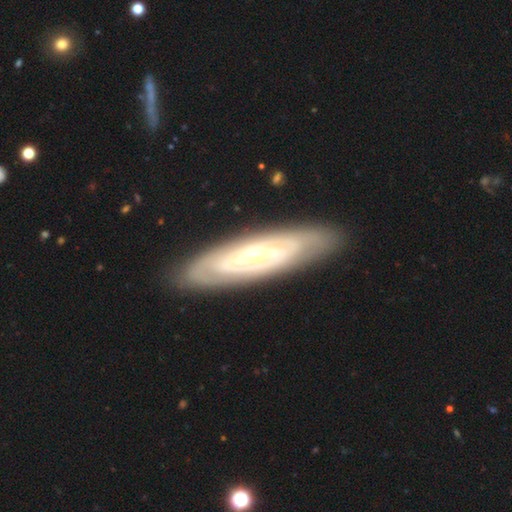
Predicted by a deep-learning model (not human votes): Smooth or featured?
  - featured or disk: 76% *
  - smooth: 18%
  - star or artifact: 5%
Edge-on disk?
  - no: 78% *
  - yes: 22%
Bar?
  - no: 75% *
  - weak: 18%
  - strong: 7%
Spiral arms?
  - yes: 66% *
  - no: 34%
Bulge size?
  - small: 64% *
  - moderate: 32%
  - large: 2%
  - none: 1%
  - dominant: 1%
Merging?
  - none: 85% *
  - minor disturbance: 11%
  - major disturbance: 3%
  - merger: 1%